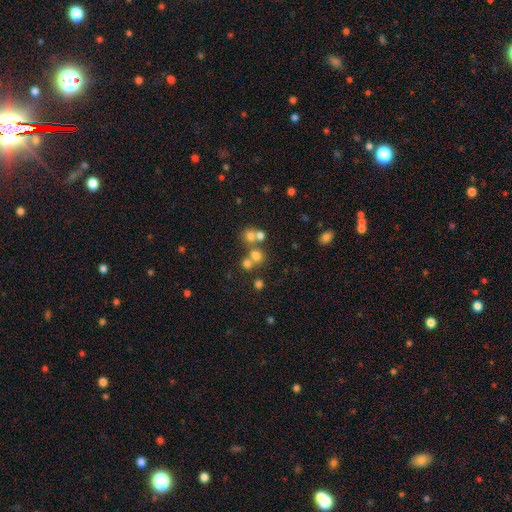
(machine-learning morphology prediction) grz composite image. It shows a smooth galaxy with no disk features (65%) that is round (82%). Merging: none (52%).